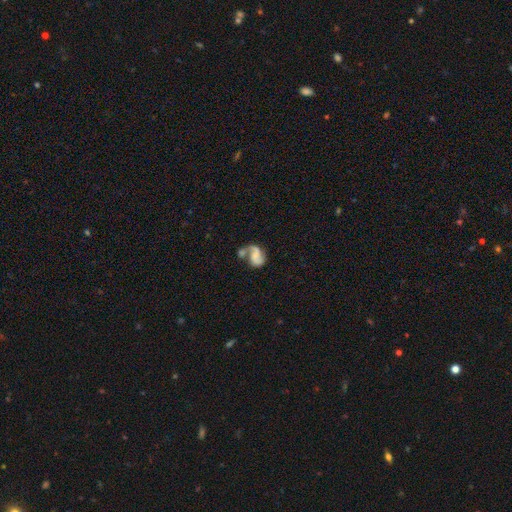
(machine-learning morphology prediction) Smooth or featured? featured or disk (67%)
Edge-on disk? no (98%)
Bar? no (54%)
Spiral arms? yes (88%)
Spiral winding? loose (50%)
Spiral arm count? 2 (75%)
Bulge size? none (45%)
Merging? merger (36%)